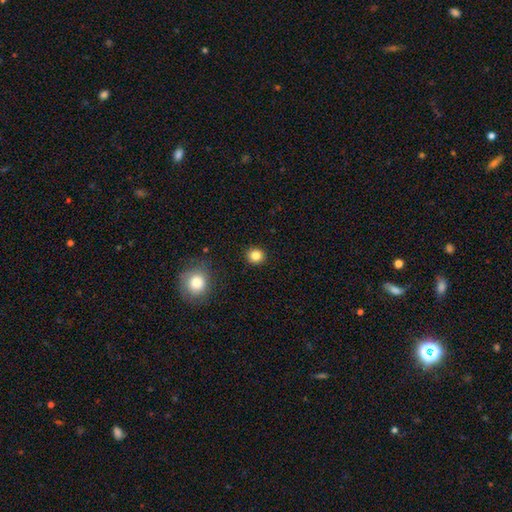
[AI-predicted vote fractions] Q: Smooth or featured?
A: smooth (84%); runner-up: star or artifact (11%)
Q: How rounded?
A: round (89%); runner-up: in between (10%)
Q: Merging?
A: none (91%); runner-up: minor disturbance (5%)